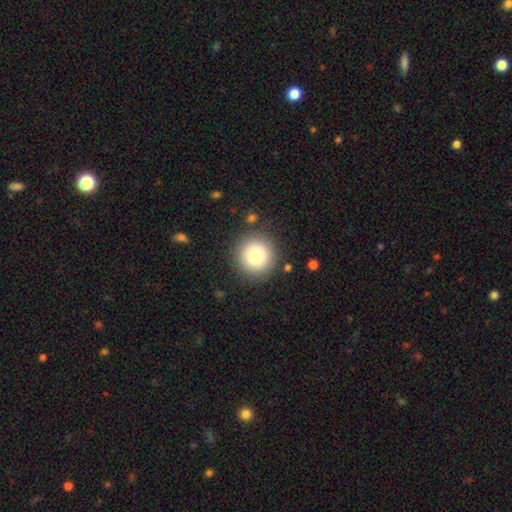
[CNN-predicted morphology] This appears to be a smooth galaxy with no disk features (77%) that is round (96%). Merging: none (88%).